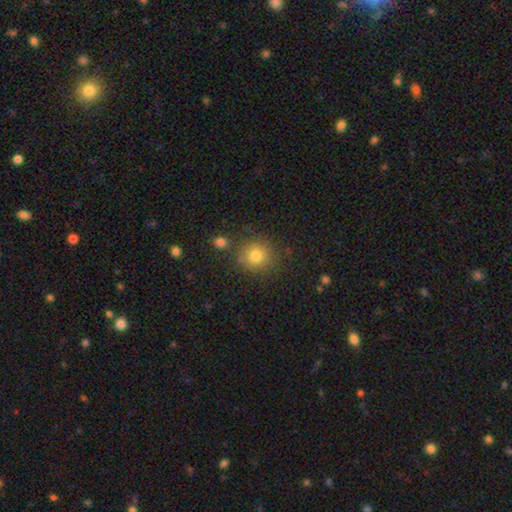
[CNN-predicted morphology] smooth-or-featured: smooth: 80% | star or artifact: 12% | featured or disk: 8%
  how-rounded: round: 88% | in between: 11% | cigar-shaped: 1%
  merging: none: 83% | minor disturbance: 10% | merger: 4% | major disturbance: 3%